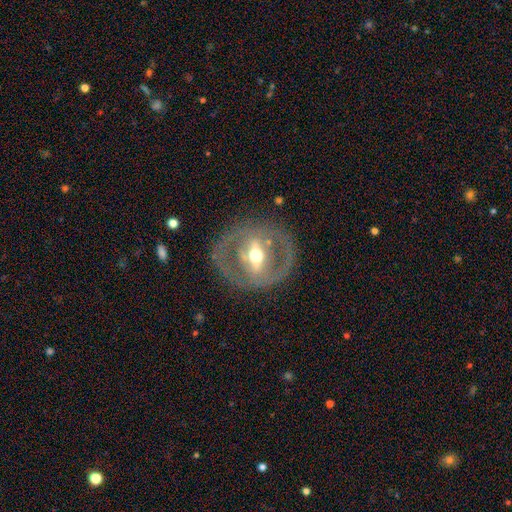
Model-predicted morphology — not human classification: A featured or disk galaxy (77%) with a strong bar (55%), no spiral arms (51%) and a moderate central bulge (68%). Merging: none (79%).